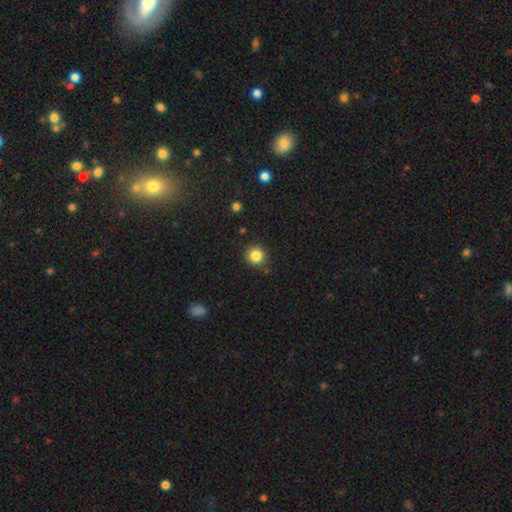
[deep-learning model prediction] Morphology: type=smooth (84%); roundness=round (93%); merging=none (87%).